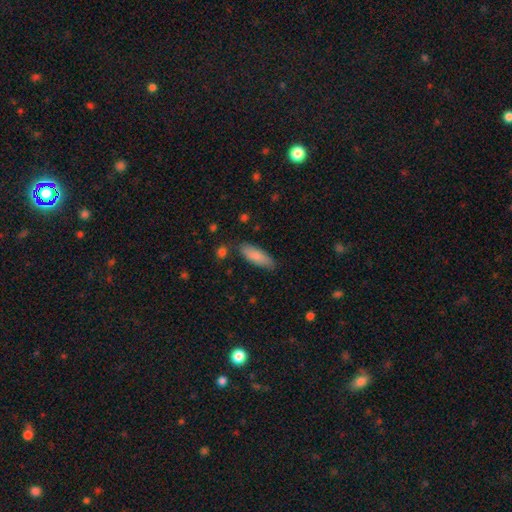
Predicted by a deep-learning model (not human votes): This is clearly a smooth galaxy (86%). How rounded: likely in between (61%). Merging: clearly none (81%).